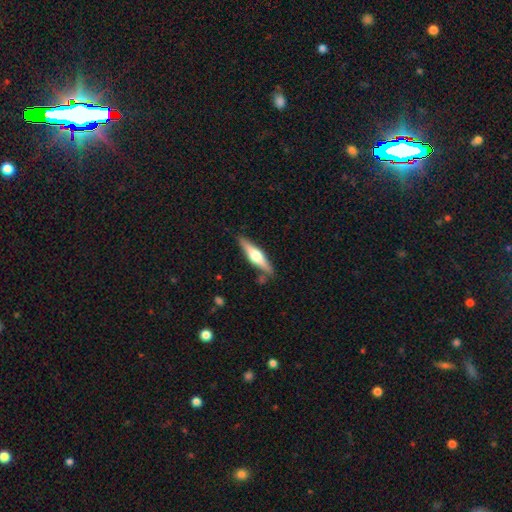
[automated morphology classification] type=featured or disk (62%); edge-on=yes (96%); edge-on bulge=rounded (93%); merging=none (84%).